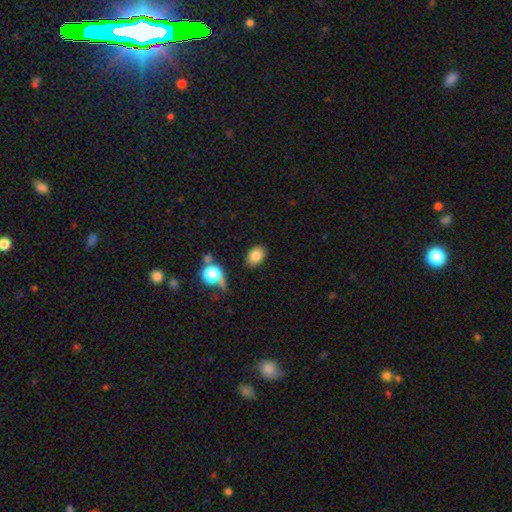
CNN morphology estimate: smooth_or_featured: smooth (p=0.81) [alt: star or artifact p=0.10]
how_rounded: in between (p=0.72) [alt: round p=0.27]
merging: none (p=0.83) [alt: minor disturbance p=0.10]